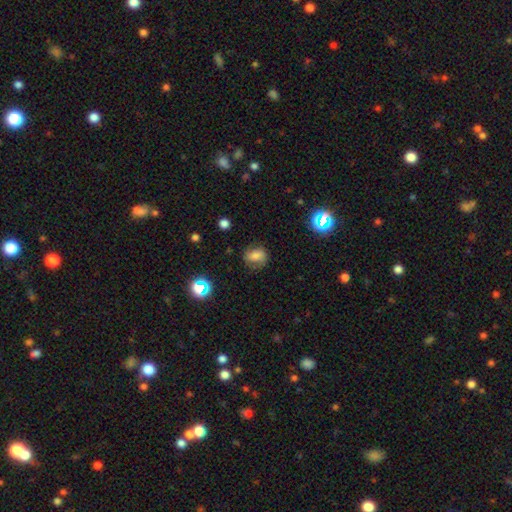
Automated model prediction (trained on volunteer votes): A smooth galaxy with no disk features (65%) that is round (51%).

Vote fractions:
- Smooth or featured? smooth: 65% / featured or disk: 20% / star or artifact: 15%
- How rounded? round: 51% / in between: 48% / cigar-shaped: 2%
- Merging? none: 71% / minor disturbance: 20% / major disturbance: 8% / merger: 2%